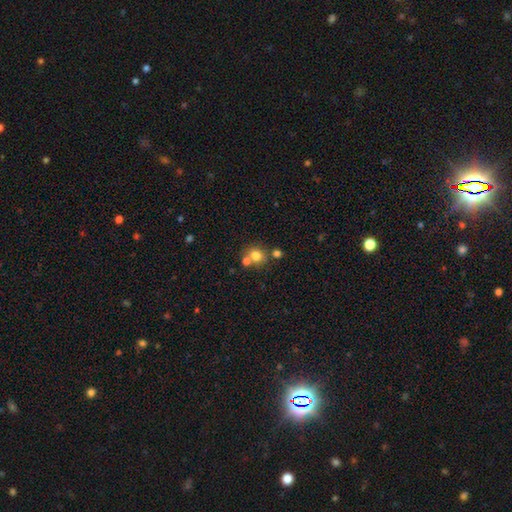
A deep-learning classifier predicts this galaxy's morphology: smooth-or-featured: smooth: 77% | star or artifact: 13% | featured or disk: 10%
  how-rounded: round: 82% | in between: 17% | cigar-shaped: 1%
  merging: none: 60% | merger: 27% | minor disturbance: 9% | major disturbance: 3%